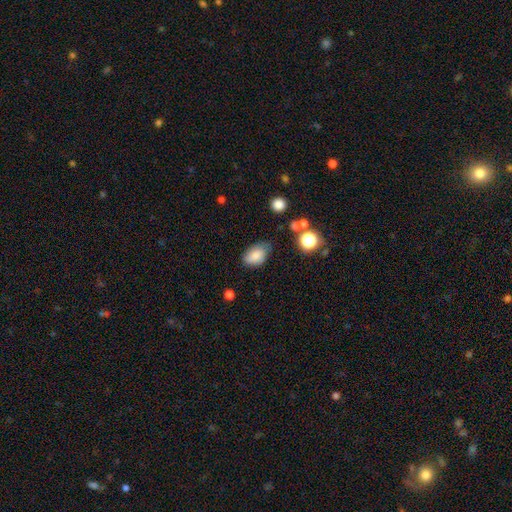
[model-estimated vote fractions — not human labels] Smooth or featured: smooth — 81% (featured or disk — 10%)
How rounded: in between — 86% (round — 12%)
Merging: none — 62% (minor disturbance — 29%)